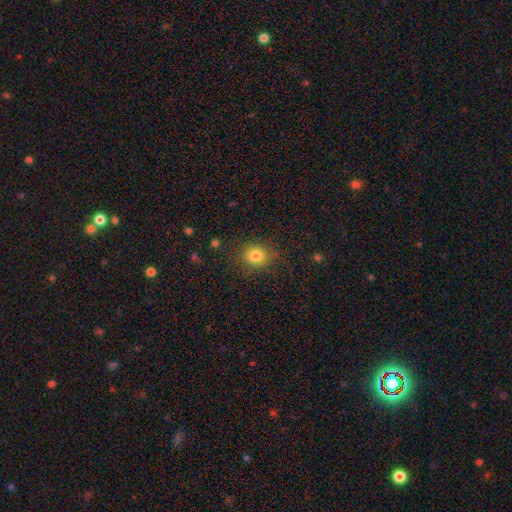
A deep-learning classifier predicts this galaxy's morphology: Smooth or featured? Predicted: smooth (p=0.82). How rounded? Predicted: round (p=0.76). Merging? Predicted: none (p=0.85).